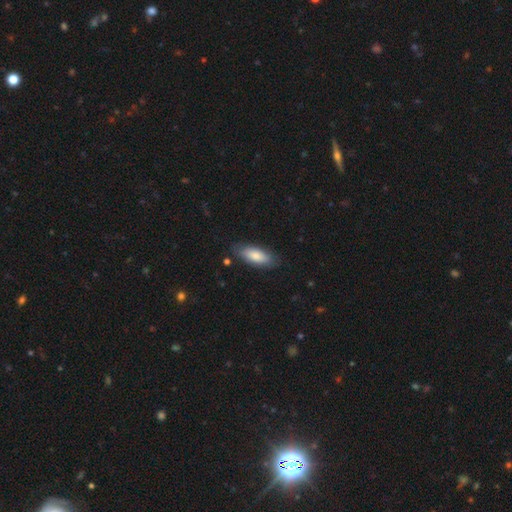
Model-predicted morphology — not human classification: Q: Smooth or featured?
A: smooth (82%); runner-up: featured or disk (12%)
Q: How rounded?
A: in between (74%); runner-up: cigar-shaped (25%)
Q: Merging?
A: none (81%); runner-up: minor disturbance (14%)